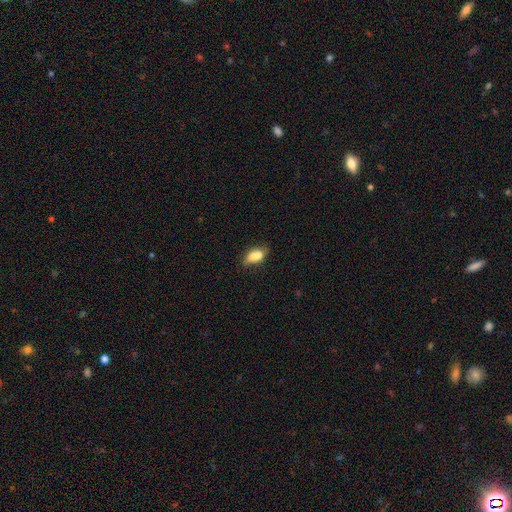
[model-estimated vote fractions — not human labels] smooth_or_featured: smooth (p=0.76) [alt: featured or disk p=0.15]
how_rounded: in between (p=0.85) [alt: cigar-shaped p=0.08]
merging: none (p=0.45) [alt: minor disturbance p=0.28]